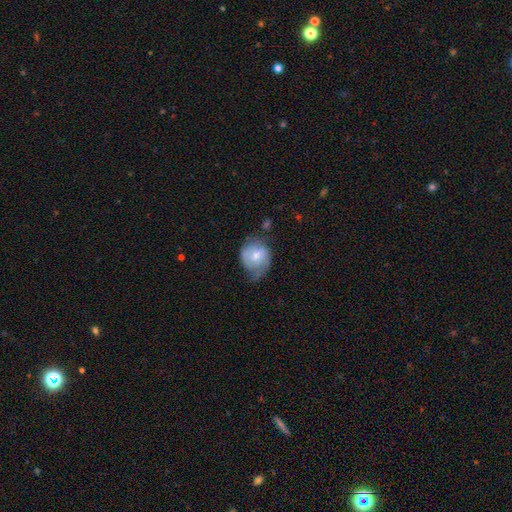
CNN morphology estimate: type=featured or disk (47%); merging=none (46%).